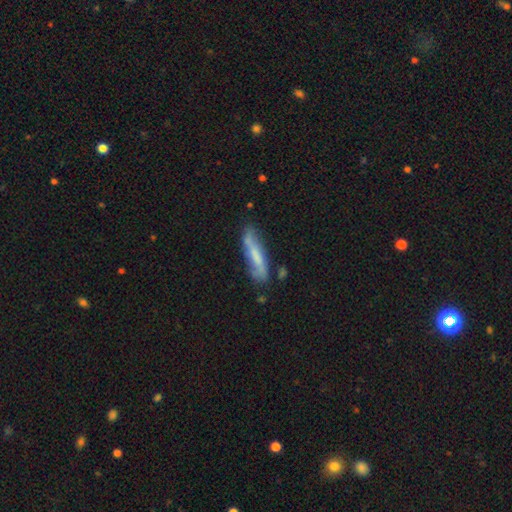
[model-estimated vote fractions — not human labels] The model was most divided on "smooth or featured": smooth: 49%, featured or disk: 43%, star or artifact: 8%. More confident: merging — none (66%).